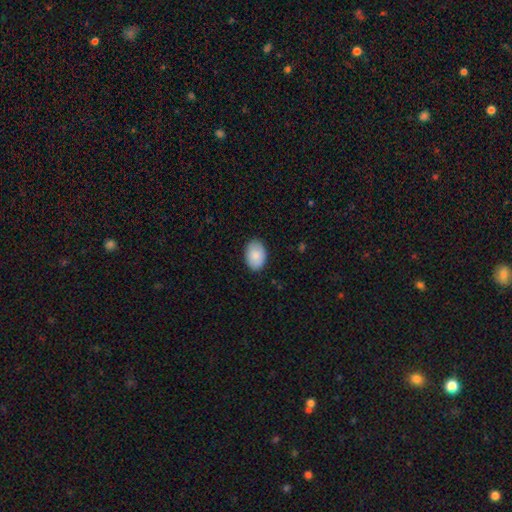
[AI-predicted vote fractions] smooth 87%, featured or disk 7%, star or artifact 6%. Down the decision tree: how rounded — in between (84%); merging — none (87%).